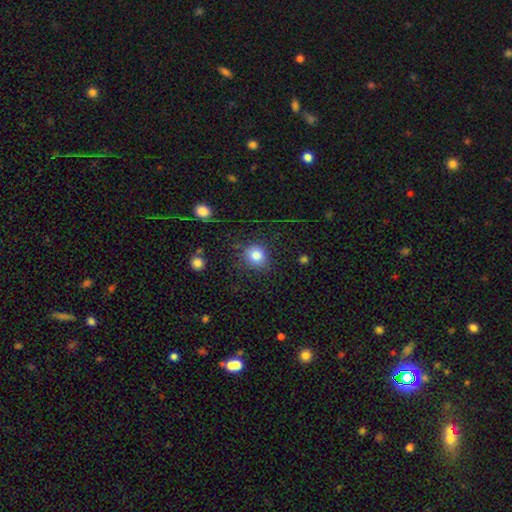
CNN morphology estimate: smooth_or_featured: smooth (p=0.82) [alt: star or artifact p=0.12]
how_rounded: round (p=0.82) [alt: in between p=0.17]
merging: none (p=0.81) [alt: minor disturbance p=0.13]